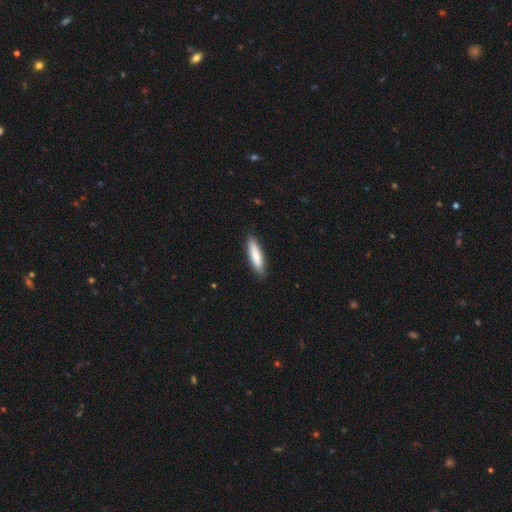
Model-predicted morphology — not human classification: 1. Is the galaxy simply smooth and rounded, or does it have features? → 84% smooth, 11% featured or disk, 5% star or artifact.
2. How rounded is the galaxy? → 73% cigar-shaped, 26% in between, 1% round.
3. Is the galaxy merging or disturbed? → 87% none, 10% minor disturbance, 2% major disturbance, 1% merger.